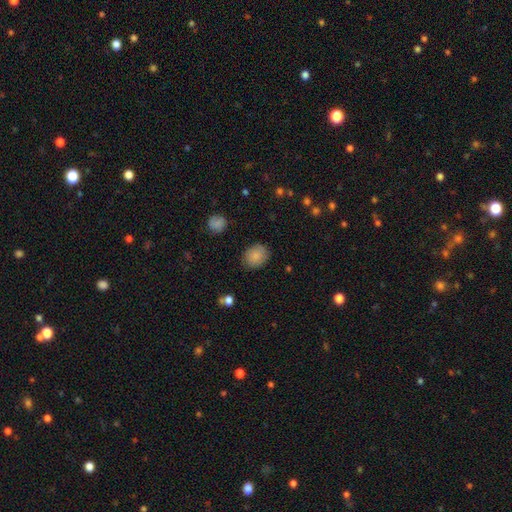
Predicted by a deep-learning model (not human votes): The model was most divided on "how rounded": round: 62%, in between: 38%, cigar-shaped: 1%. More confident: smooth or featured — smooth (85%); merging — none (82%).